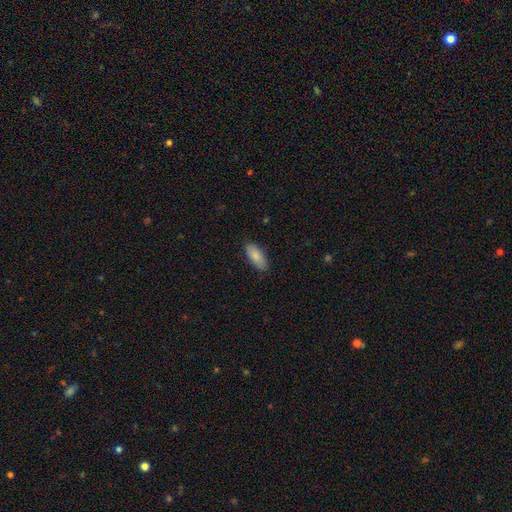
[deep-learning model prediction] Smooth or featured?
  - smooth: 86% *
  - featured or disk: 8%
  - star or artifact: 6%
How rounded?
  - in between: 81% *
  - cigar-shaped: 17%
  - round: 2%
Merging?
  - none: 86% *
  - minor disturbance: 11%
  - major disturbance: 2%
  - merger: 1%